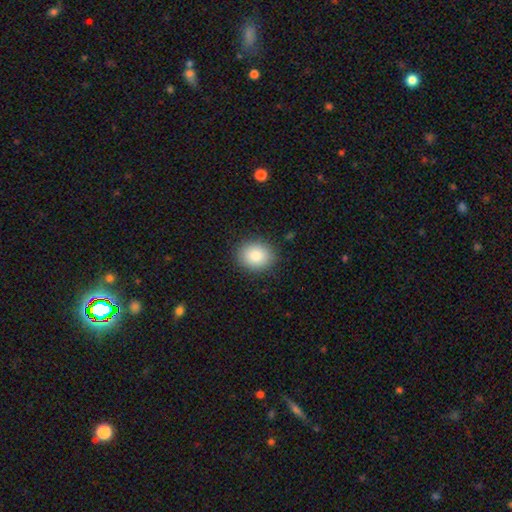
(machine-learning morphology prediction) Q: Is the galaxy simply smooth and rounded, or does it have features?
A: smooth — 86%.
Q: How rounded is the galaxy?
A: round — 61%.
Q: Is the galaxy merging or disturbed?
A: none — 88%.